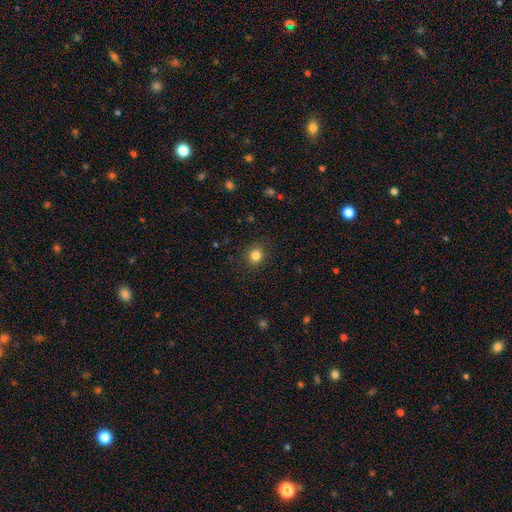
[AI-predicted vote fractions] This appears to be a smooth galaxy with no disk features (83%) that is round (82%). Merging: none (89%).